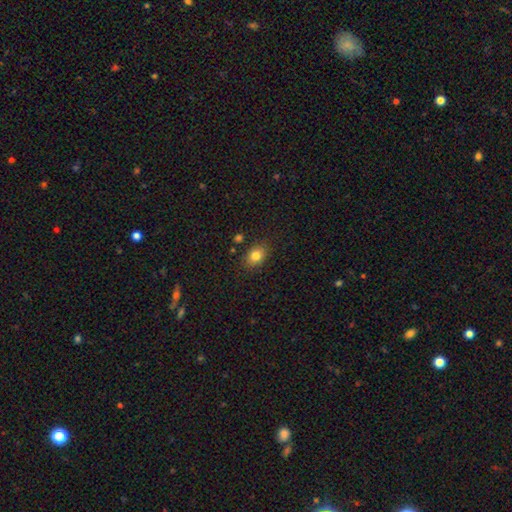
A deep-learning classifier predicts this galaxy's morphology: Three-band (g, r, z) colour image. It shows a smooth galaxy with no disk features (82%) that is in between round and cigar-shaped (70%). Merging: none (83%).